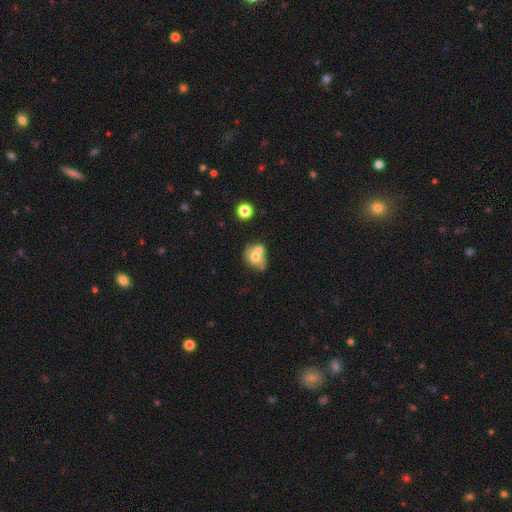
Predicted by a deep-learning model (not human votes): This is likely a smooth galaxy (60%). How rounded: likely round (61%). Merging: possibly merger (50%).